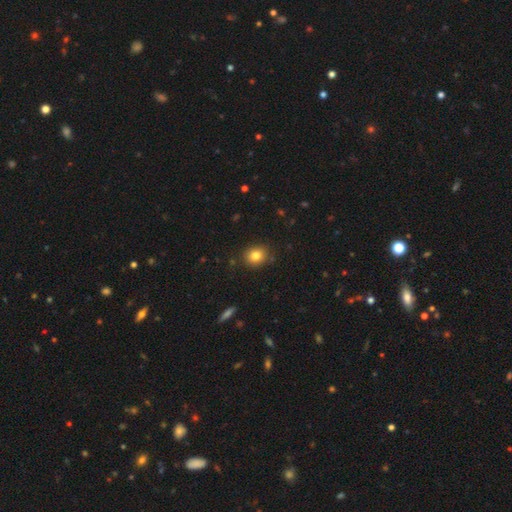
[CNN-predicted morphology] Smooth or featured? Predicted: smooth (p=0.82). How rounded? Predicted: round (p=0.65). Merging? Predicted: none (p=0.86).